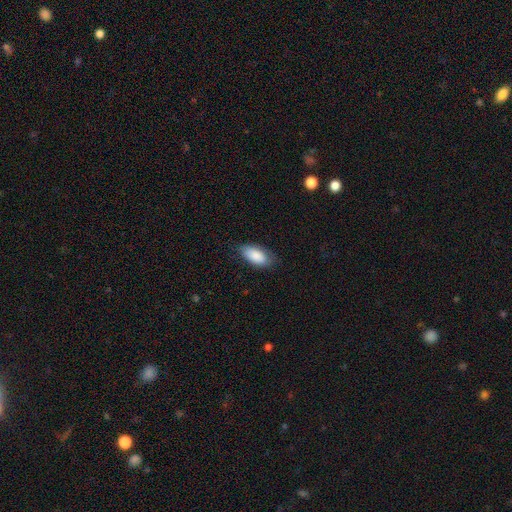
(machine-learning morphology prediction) A smooth galaxy with no disk features (87%) that is in between round and cigar-shaped (92%).

Vote fractions:
- Smooth or featured? smooth: 87% / featured or disk: 7% / star or artifact: 6%
- How rounded? in between: 92% / cigar-shaped: 5% / round: 2%
- Merging? none: 75% / minor disturbance: 20% / major disturbance: 4% / merger: 1%